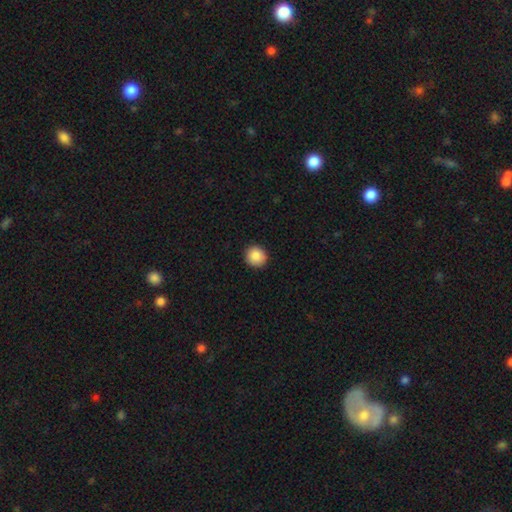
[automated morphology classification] Smooth or featured?
  - smooth: 87% *
  - star or artifact: 8%
  - featured or disk: 5%
How rounded?
  - round: 91% *
  - in between: 8%
  - cigar-shaped: 1%
Merging?
  - none: 91% *
  - minor disturbance: 7%
  - major disturbance: 2%
  - merger: 1%